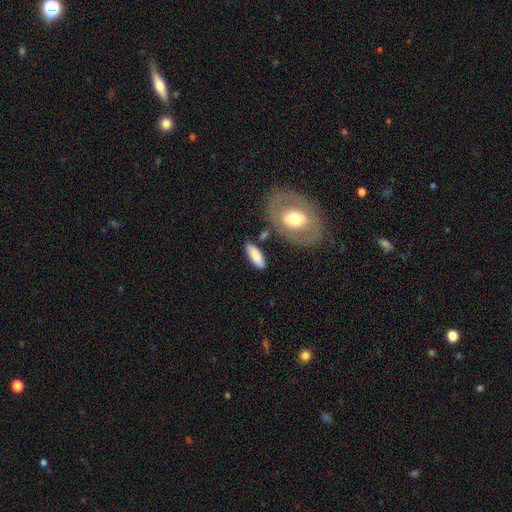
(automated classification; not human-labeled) Smooth or featured? smooth (81%)
How rounded? in between (66%)
Merging? none (75%)